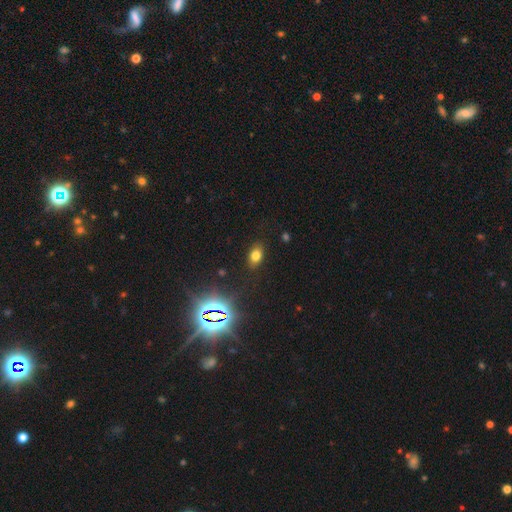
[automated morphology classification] Q: Smooth or featured?
A: smooth (72%); runner-up: star or artifact (20%)
Q: How rounded?
A: in between (83%); runner-up: round (15%)
Q: Merging?
A: none (86%); runner-up: minor disturbance (10%)